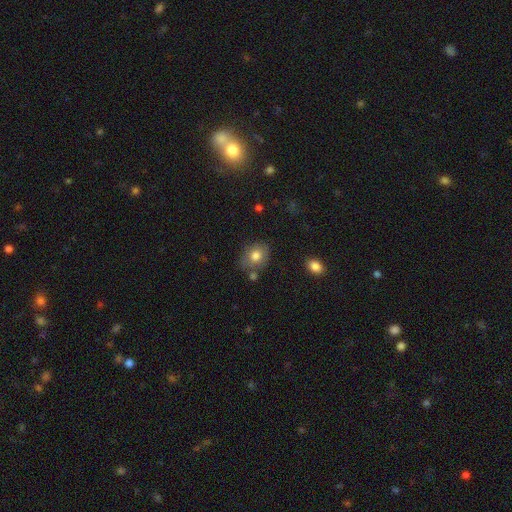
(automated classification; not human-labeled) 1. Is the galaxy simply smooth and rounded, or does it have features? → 78% smooth, 13% featured or disk, 9% star or artifact.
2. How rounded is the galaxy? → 50% round, 49% in between, 1% cigar-shaped.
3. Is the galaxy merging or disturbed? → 71% none, 18% minor disturbance, 7% merger, 5% major disturbance.